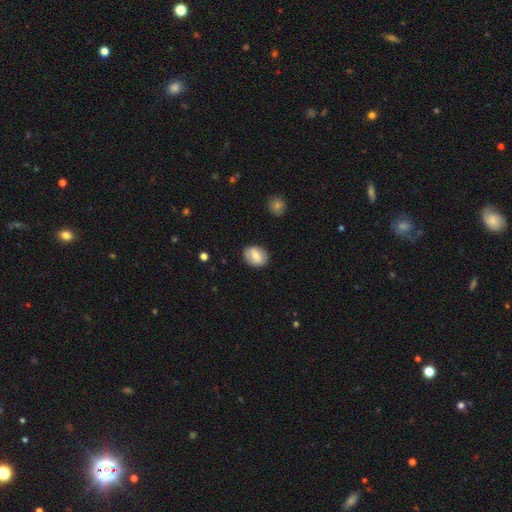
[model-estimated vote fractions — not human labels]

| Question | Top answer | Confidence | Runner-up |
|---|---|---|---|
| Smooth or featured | smooth | 64% | featured or disk (28%) |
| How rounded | in between | 53% | round (45%) |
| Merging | none | 83% | minor disturbance (12%) |